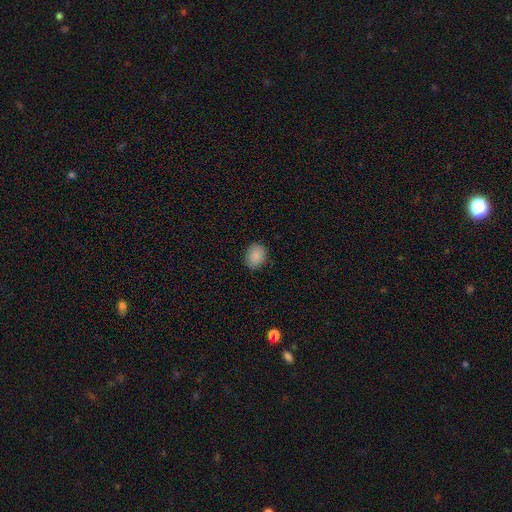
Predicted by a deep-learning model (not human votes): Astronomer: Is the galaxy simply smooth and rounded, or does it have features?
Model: smooth — 88%.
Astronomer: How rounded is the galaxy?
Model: in between — 51% (runner-up: round, 49%).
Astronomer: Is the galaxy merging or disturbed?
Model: none — 86%.